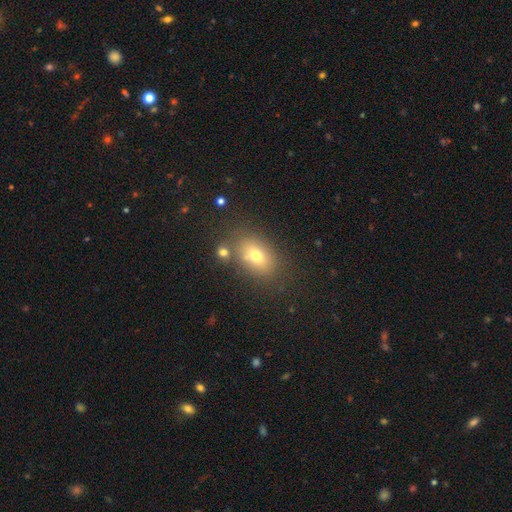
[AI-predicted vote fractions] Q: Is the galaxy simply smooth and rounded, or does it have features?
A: smooth — 72%.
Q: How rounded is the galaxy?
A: in between — 77%.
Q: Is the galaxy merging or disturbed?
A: none — 73%.